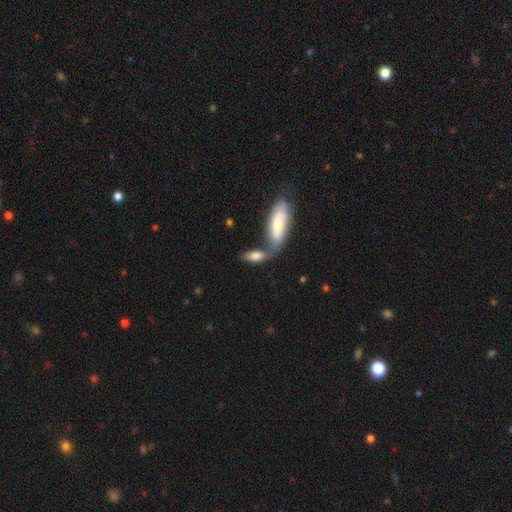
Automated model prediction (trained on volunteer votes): This appears to be a smooth galaxy with no disk features (72%) that is in between round and cigar-shaped (75%). Merging: merger (54%).